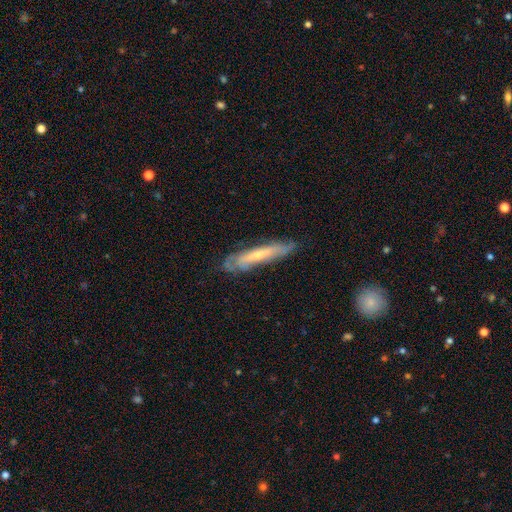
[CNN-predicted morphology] This is possibly a featured or disk galaxy (56%). It is likely viewed edge-on (67%). Merging: likely none (75%).